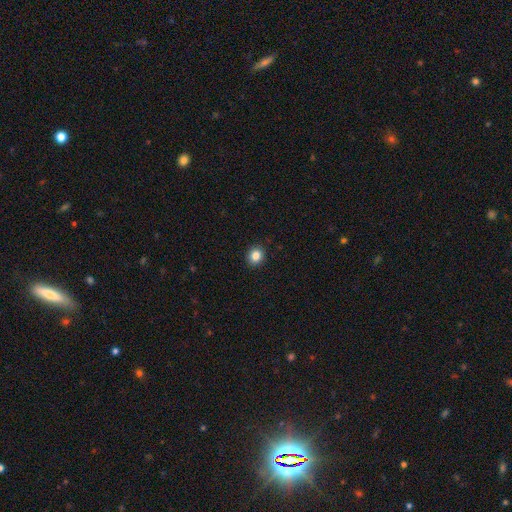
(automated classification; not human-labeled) Morphology: type=smooth (84%); roundness=round (69%); merging=none (91%).